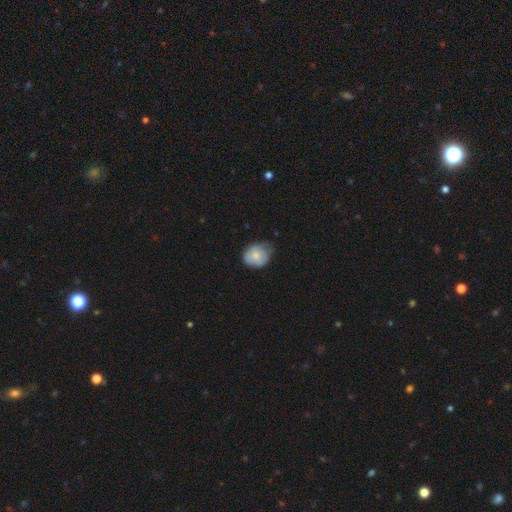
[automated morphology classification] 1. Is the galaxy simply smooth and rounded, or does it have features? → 70% smooth, 23% featured or disk, 7% star or artifact.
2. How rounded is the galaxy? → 53% round, 46% in between, 1% cigar-shaped.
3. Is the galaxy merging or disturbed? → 51% none, 38% minor disturbance, 9% major disturbance, 1% merger.